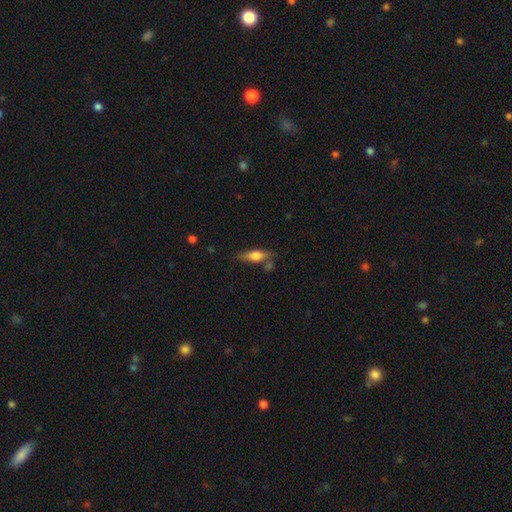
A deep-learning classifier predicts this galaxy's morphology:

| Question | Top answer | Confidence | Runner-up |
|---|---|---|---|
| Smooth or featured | smooth | 62% | featured or disk (31%) |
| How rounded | in between | 54% | cigar-shaped (42%) |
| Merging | none | 64% | minor disturbance (19%) |